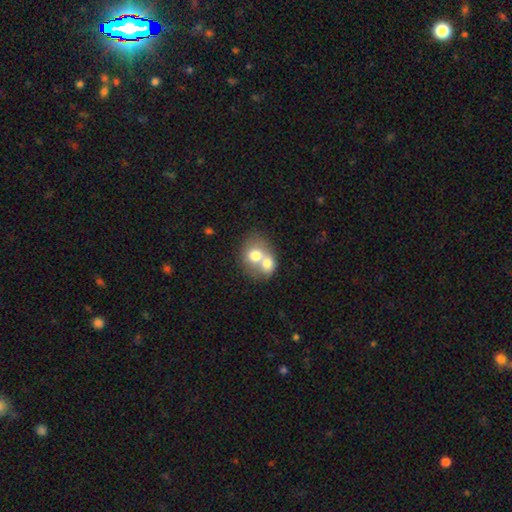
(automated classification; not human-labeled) This appears to be a smooth galaxy with no disk features (67%) that is round (58%). Merging: merger (72%).